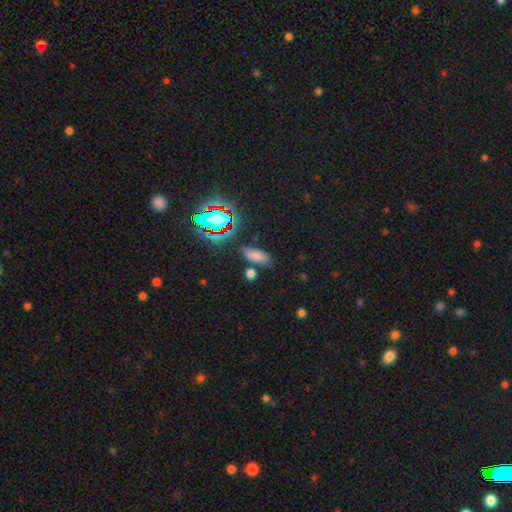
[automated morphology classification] smooth-or-featured: smooth: 72% | star or artifact: 19% | featured or disk: 9%
  how-rounded: in between: 77% | cigar-shaped: 18% | round: 5%
  merging: none: 74% | minor disturbance: 14% | merger: 7% | major disturbance: 5%